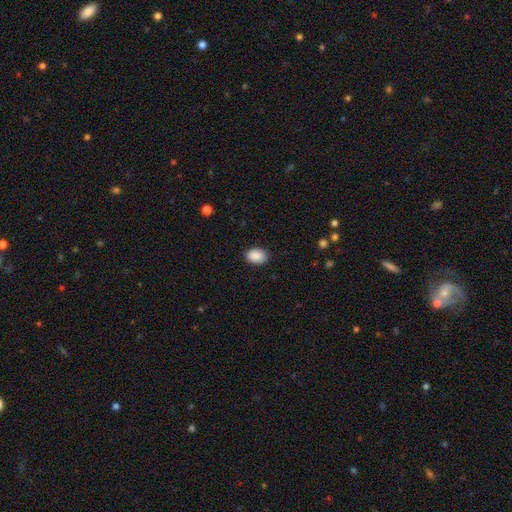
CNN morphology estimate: This appears to be a smooth galaxy with no disk features (90%) that is in between round and cigar-shaped (84%). Merging: none (87%).